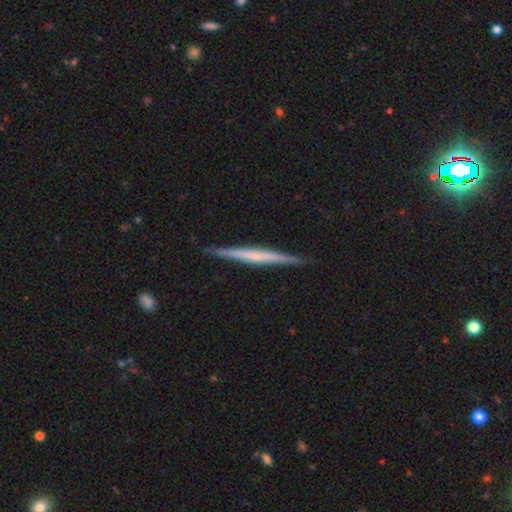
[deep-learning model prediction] Smooth or featured? Predicted: featured or disk (p=0.62). Edge-on disk? Predicted: yes (p=0.98). Edge-on bulge? Predicted: none (p=0.69). Merging? Predicted: none (p=0.91).